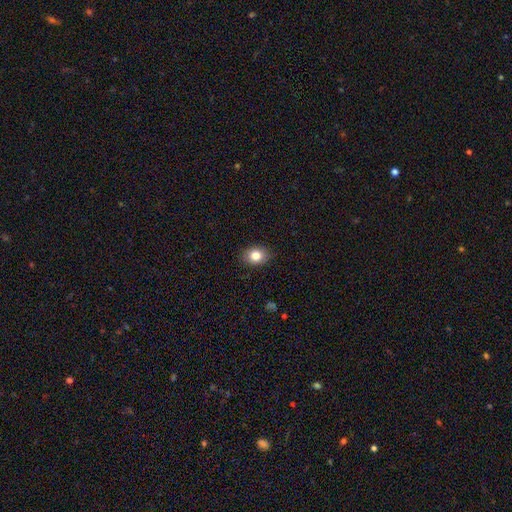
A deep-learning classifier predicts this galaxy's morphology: This is clearly a smooth galaxy (83%). How rounded: likely in between (63%). Merging: clearly none (87%).